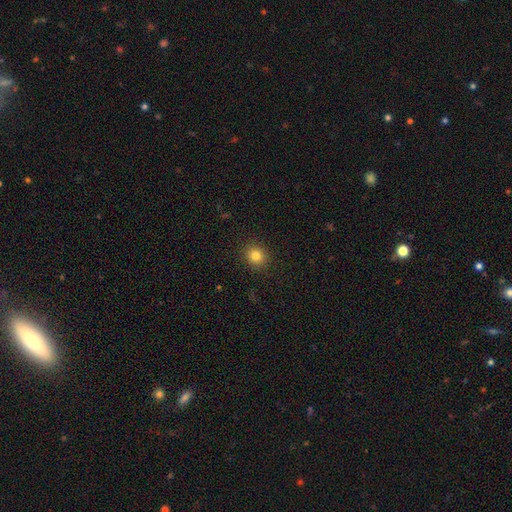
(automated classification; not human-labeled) Smooth or featured? Predicted: smooth (p=0.82). How rounded? Predicted: round (p=0.88). Merging? Predicted: none (p=0.91).